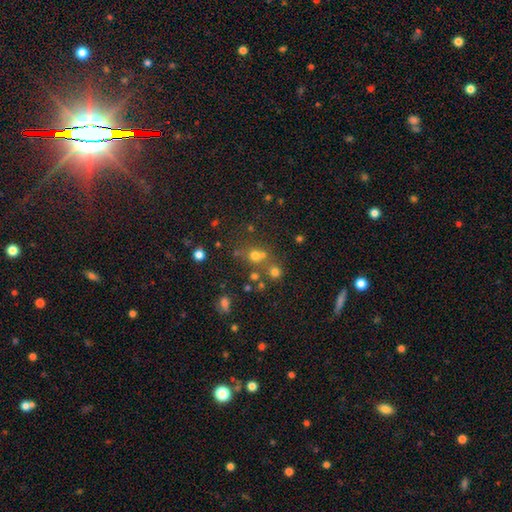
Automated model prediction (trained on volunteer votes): Morphology: type=smooth (54%); roundness=round (83%); merging=none (54%).